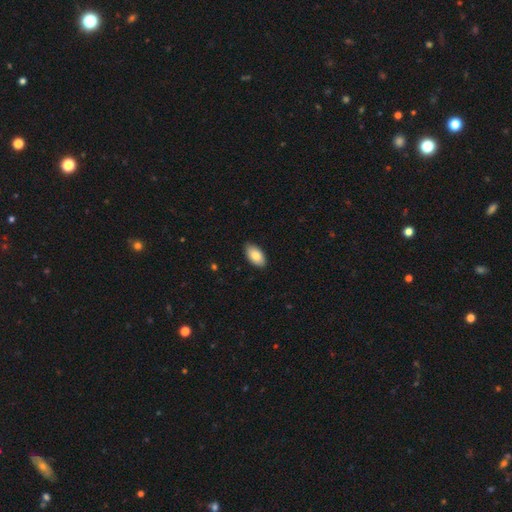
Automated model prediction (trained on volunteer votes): Smooth or featured?
  - smooth: 86% *
  - featured or disk: 8%
  - star or artifact: 6%
How rounded?
  - in between: 95% *
  - round: 3%
  - cigar-shaped: 2%
Merging?
  - none: 86% *
  - minor disturbance: 11%
  - major disturbance: 2%
  - merger: 1%